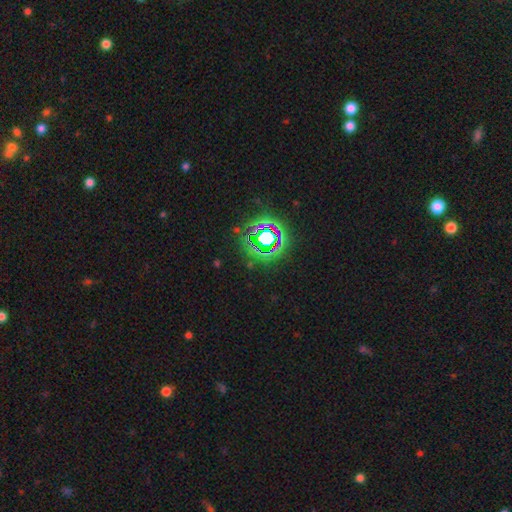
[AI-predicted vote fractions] This appears to be a star or artifact, not a galaxy (79%).